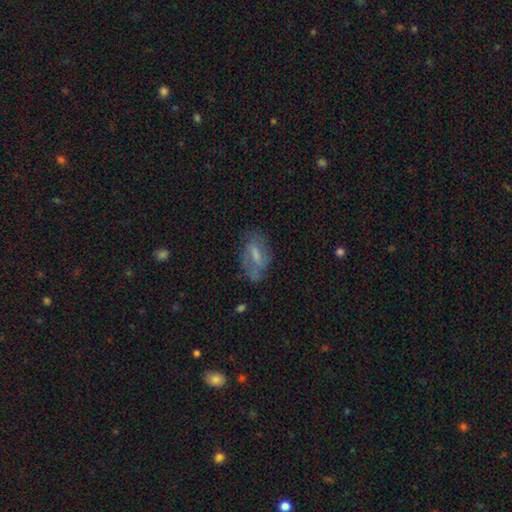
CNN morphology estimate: smooth_or_featured: smooth (p=0.47) [alt: featured or disk p=0.44]
merging: none (p=0.60) [alt: minor disturbance p=0.24]